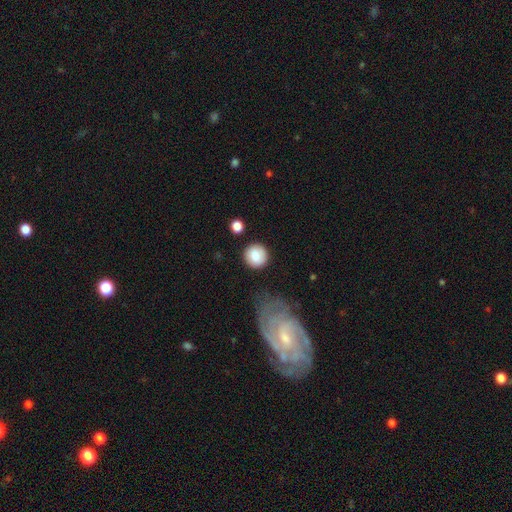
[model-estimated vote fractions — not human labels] This is clearly a smooth galaxy (84%). How rounded: clearly round (93%). Merging: clearly none (85%).